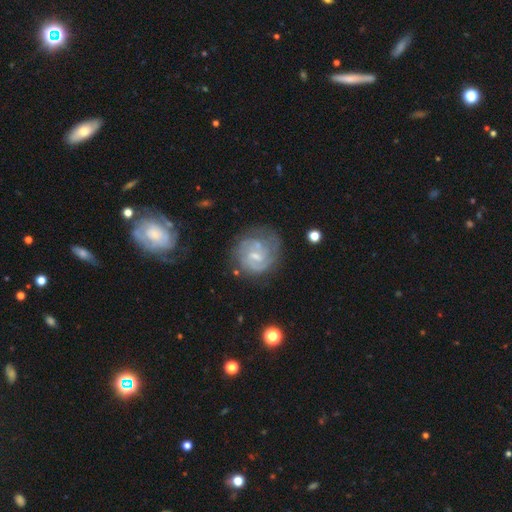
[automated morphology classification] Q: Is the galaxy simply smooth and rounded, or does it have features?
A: featured or disk — 80%.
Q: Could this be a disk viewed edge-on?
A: no — 98%.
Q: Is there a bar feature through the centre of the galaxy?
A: weak — 60%.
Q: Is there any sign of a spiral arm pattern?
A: yes — 91%.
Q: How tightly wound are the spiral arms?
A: tight — 51%.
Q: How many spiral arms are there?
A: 2 — 46%.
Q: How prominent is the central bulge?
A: small — 59%.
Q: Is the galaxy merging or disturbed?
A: none — 60%.